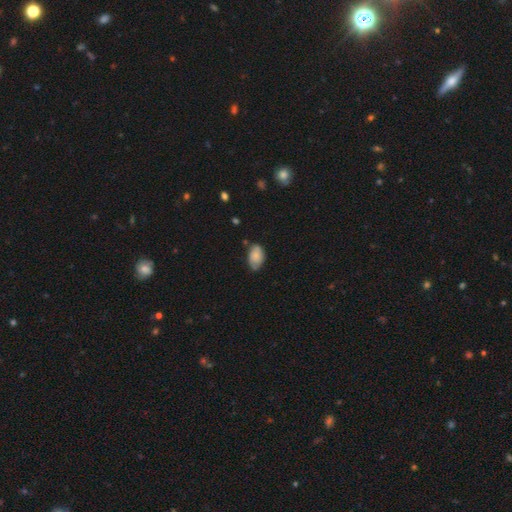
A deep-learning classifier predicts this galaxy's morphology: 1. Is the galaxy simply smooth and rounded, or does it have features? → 78% smooth, 14% featured or disk, 7% star or artifact.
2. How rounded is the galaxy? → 92% in between, 7% round, 1% cigar-shaped.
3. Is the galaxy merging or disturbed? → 60% none, 32% minor disturbance, 6% major disturbance, 3% merger.